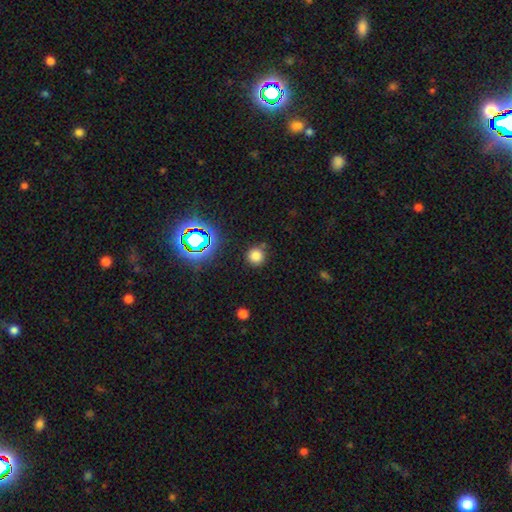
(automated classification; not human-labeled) The model was most divided on "smooth or featured": smooth: 74%, star or artifact: 20%, featured or disk: 5%. More confident: how rounded — round (93%); merging — none (83%).